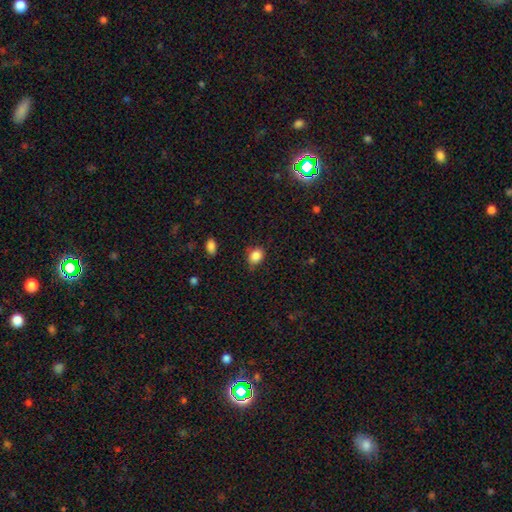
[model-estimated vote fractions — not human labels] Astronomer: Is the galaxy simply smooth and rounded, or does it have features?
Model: smooth — 86%.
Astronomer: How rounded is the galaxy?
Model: round — 53% (runner-up: in between, 46%).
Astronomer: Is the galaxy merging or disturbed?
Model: none — 72%.